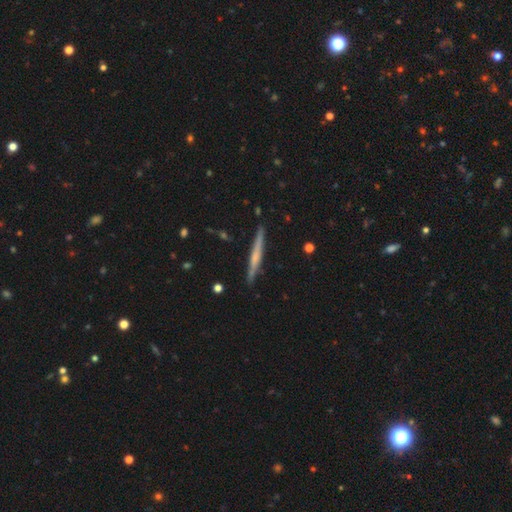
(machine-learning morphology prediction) featured or disk 58%, smooth 36%, star or artifact 6%. Down the decision tree: edge-on disk — yes (98%); edge-on bulge — none (50%); merging — none (90%).